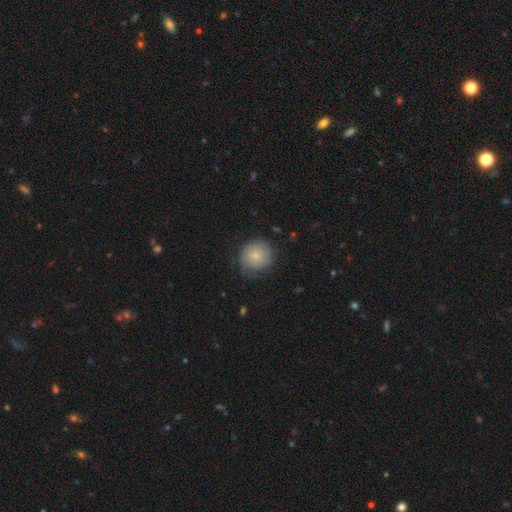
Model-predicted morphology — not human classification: A smooth galaxy with no disk features (76%) that is round (90%). Merging: none (72%).